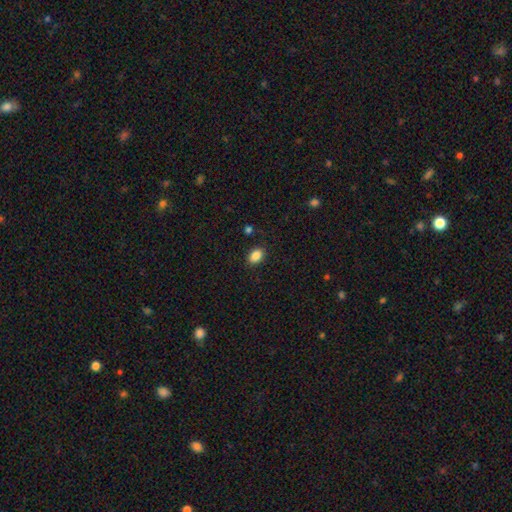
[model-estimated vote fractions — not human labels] Morphology: type=smooth (87%); roundness=in between (80%); merging=none (88%).